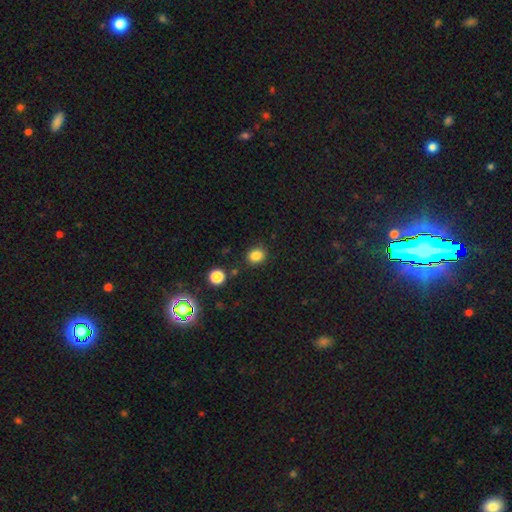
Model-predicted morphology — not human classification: smooth-or-featured: smooth: 84% | star or artifact: 12% | featured or disk: 4%
  how-rounded: round: 71% | in between: 28% | cigar-shaped: 1%
  merging: none: 85% | minor disturbance: 9% | merger: 3% | major disturbance: 3%